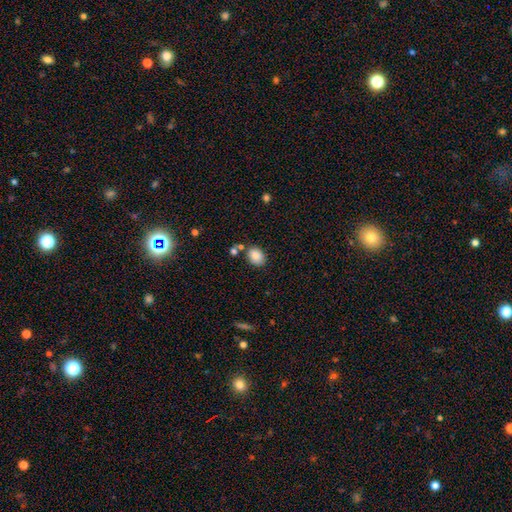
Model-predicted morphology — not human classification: Smooth or featured? smooth (86%)
How rounded? in between (67%)
Merging? none (74%)